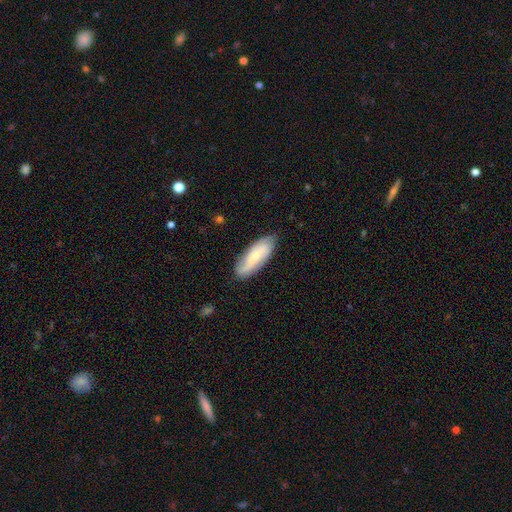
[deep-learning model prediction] This appears to be a smooth galaxy with no disk features (50%) that is in between round and cigar-shaped (65%). Merging: none (82%).